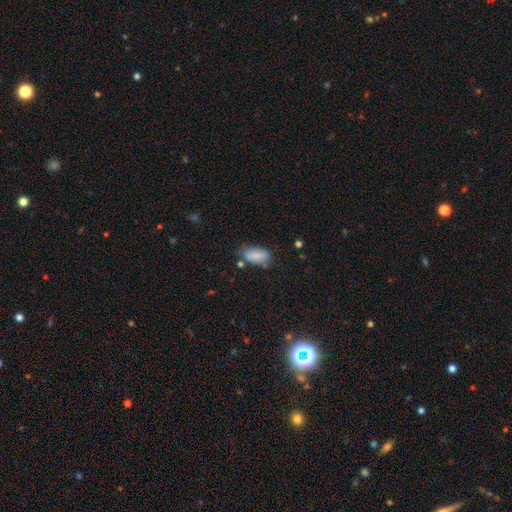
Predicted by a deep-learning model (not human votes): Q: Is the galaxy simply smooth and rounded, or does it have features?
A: smooth — 84%.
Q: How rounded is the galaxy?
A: in between — 92%.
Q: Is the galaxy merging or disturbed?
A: none — 64%.